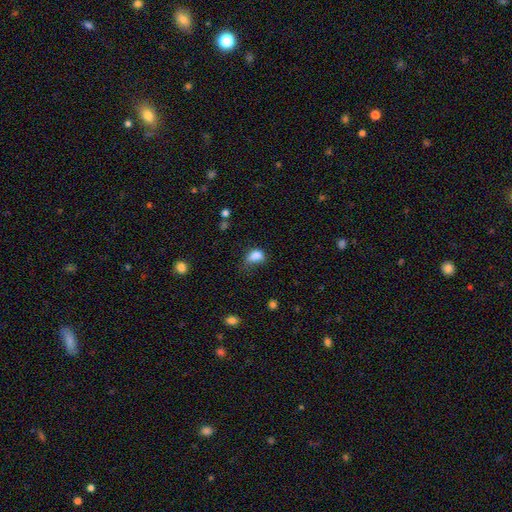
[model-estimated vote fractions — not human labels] smooth 82%, star or artifact 10%, featured or disk 7%. Down the decision tree: how rounded — in between (74%); merging — minor disturbance (38%).